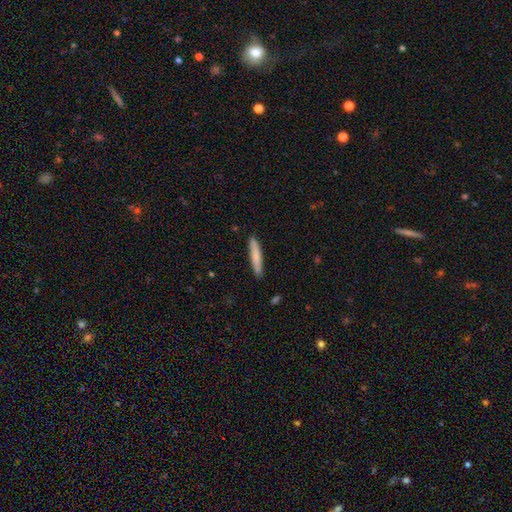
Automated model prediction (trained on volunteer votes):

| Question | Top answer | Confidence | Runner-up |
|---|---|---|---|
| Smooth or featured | smooth | 76% | featured or disk (19%) |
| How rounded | cigar-shaped | 93% | in between (6%) |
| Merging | none | 88% | minor disturbance (9%) |